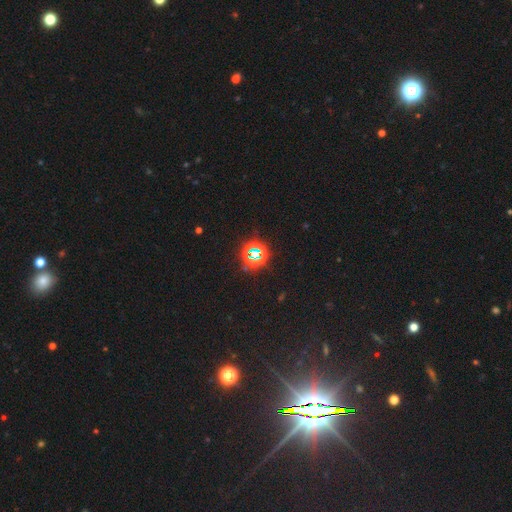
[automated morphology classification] smooth-or-featured: star or artifact: 75% | smooth: 17% | featured or disk: 9%